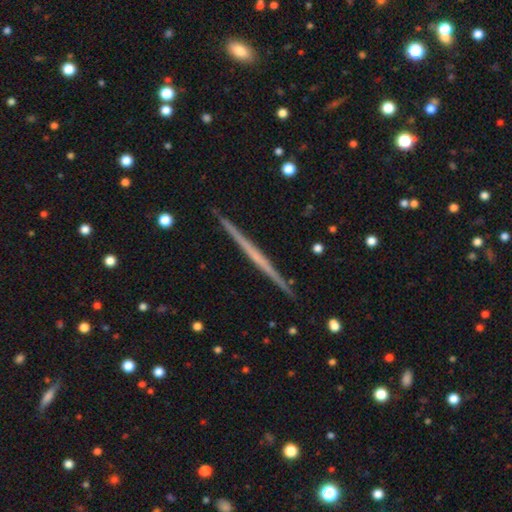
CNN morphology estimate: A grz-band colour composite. It shows a featured or disk galaxy (67%) viewed edge-on (99%) with no central bulge (86%). Merging: none (93%).